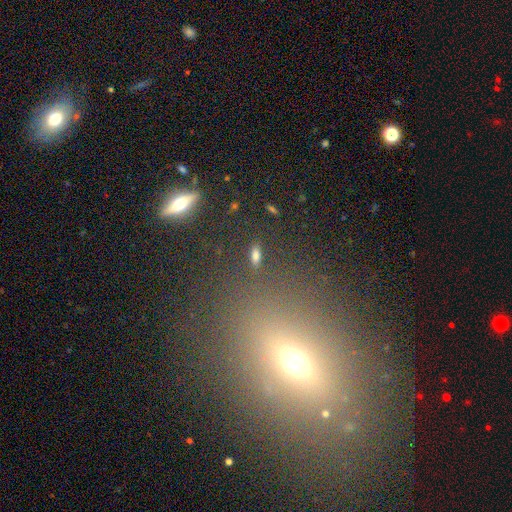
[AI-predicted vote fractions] This appears to be a smooth galaxy with no disk features (70%) that is in between round and cigar-shaped (75%). Merging: none (87%).